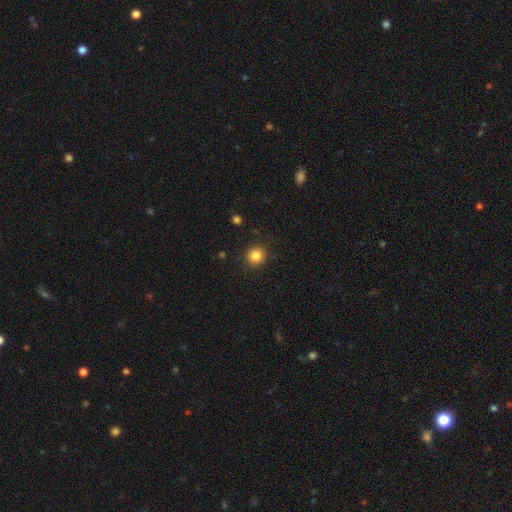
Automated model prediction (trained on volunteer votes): smooth-or-featured: smooth: 84% | star or artifact: 11% | featured or disk: 5%
  how-rounded: round: 91% | in between: 8% | cigar-shaped: 1%
  merging: none: 89% | minor disturbance: 7% | major disturbance: 2% | merger: 1%